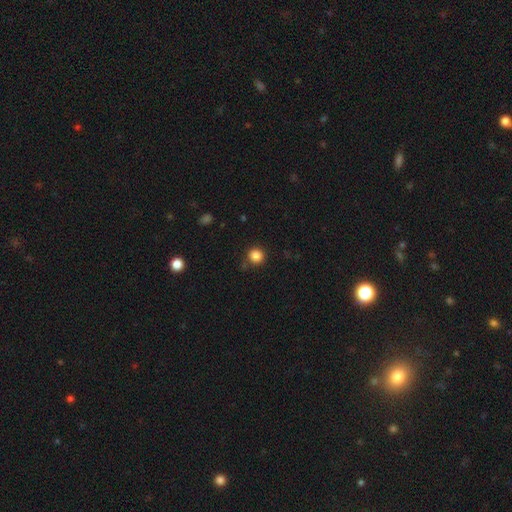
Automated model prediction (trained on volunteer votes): smooth 85%, star or artifact 11%, featured or disk 4%. Down the decision tree: how rounded — round (92%); merging — none (84%).